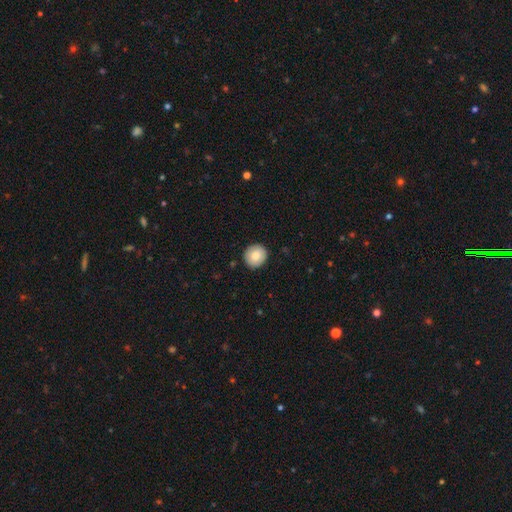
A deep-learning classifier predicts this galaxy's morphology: This is clearly a smooth galaxy (82%). How rounded: clearly round (92%). Merging: clearly none (91%).